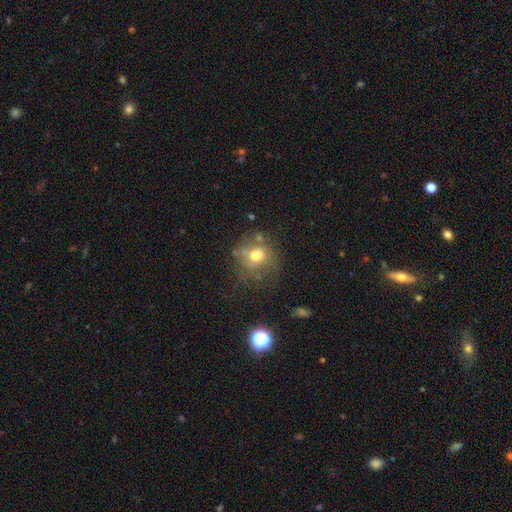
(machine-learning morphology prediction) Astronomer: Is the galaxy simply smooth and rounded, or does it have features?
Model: smooth — 59%.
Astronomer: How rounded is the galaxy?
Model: round — 72%.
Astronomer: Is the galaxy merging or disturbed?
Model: none — 51%.